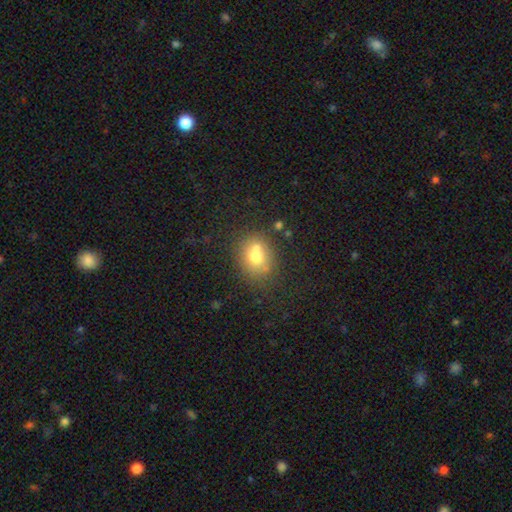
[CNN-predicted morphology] type=smooth (70%); roundness=round (61%); merging=none (52%).